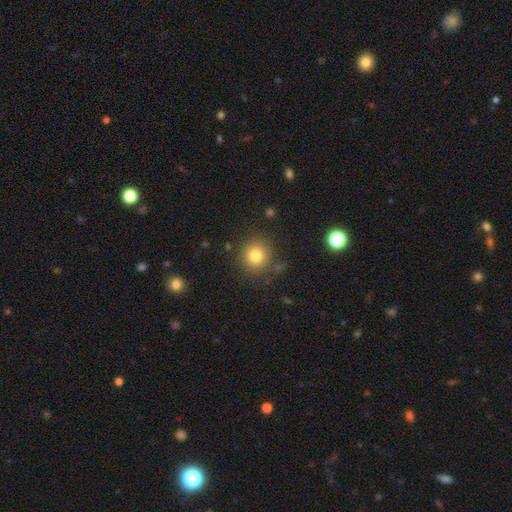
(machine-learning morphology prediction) Smooth or featured?
  - smooth: 79% *
  - star or artifact: 13%
  - featured or disk: 8%
How rounded?
  - round: 90% *
  - in between: 9%
  - cigar-shaped: 1%
Merging?
  - none: 83% *
  - minor disturbance: 10%
  - major disturbance: 4%
  - merger: 3%